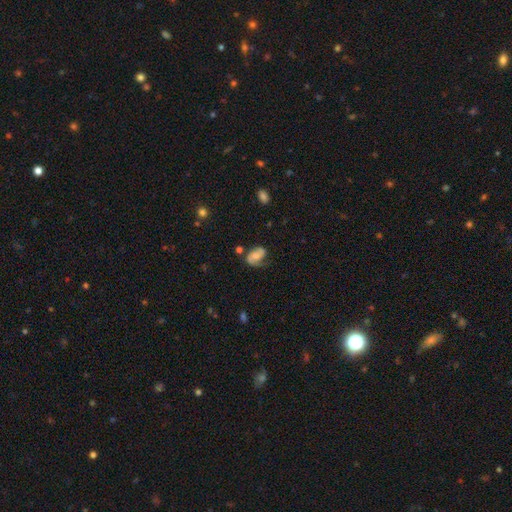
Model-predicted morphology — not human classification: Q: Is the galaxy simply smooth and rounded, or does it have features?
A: featured or disk — 57%.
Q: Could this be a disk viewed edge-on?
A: no — 97%.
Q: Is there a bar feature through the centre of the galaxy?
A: no — 56%.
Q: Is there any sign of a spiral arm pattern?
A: yes — 88%.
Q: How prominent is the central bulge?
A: small — 35%, tied with moderate.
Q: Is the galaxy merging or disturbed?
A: none — 51%.